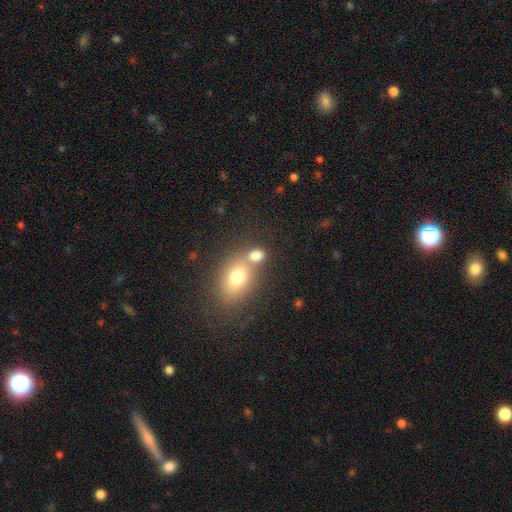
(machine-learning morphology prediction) Smooth or featured: smooth — 78% (star or artifact — 12%)
How rounded: in between — 60% (round — 37%)
Merging: none — 45% (merger — 41%)